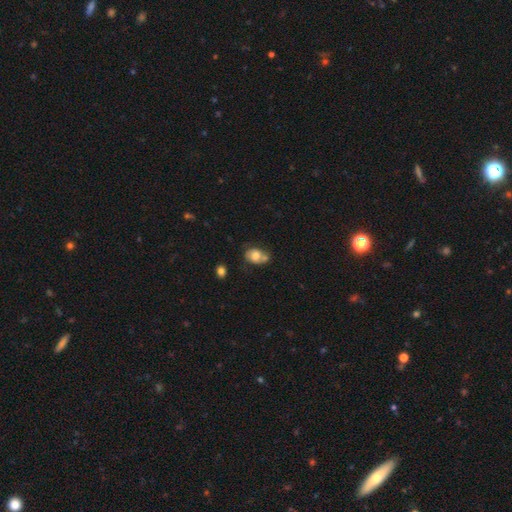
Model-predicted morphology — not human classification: This appears to be a smooth galaxy with no disk features (65%) that is in between round and cigar-shaped (68%). Merging: none (40%).